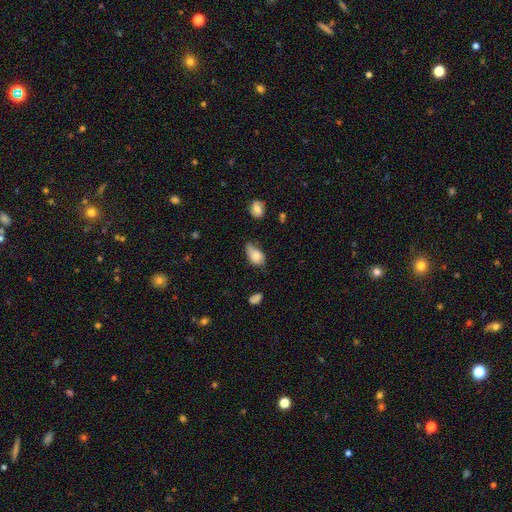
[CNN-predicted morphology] A smooth galaxy with no disk features (75%) that is in between round and cigar-shaped (88%). Merging: minor disturbance (46%).